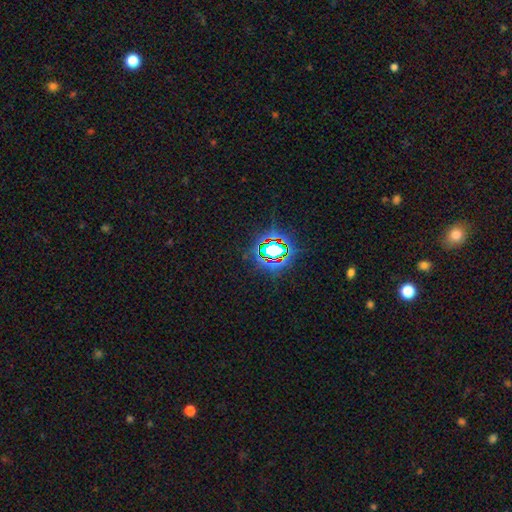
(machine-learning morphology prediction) A star or artifact, not a galaxy (75%).

Vote fractions:
- Smooth or featured? star or artifact: 75% / smooth: 17% / featured or disk: 8%